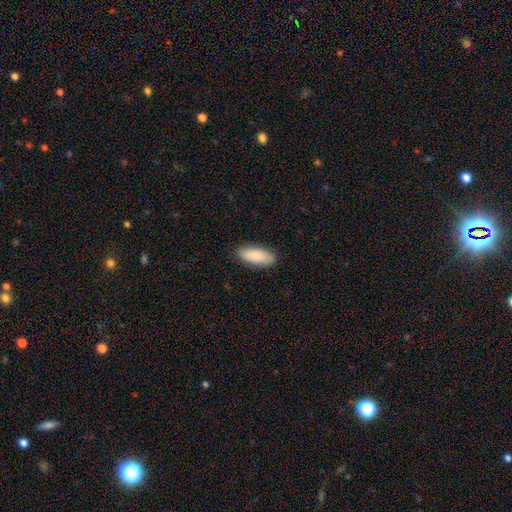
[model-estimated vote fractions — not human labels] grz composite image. It shows a smooth galaxy with no disk features (84%) that is in between round and cigar-shaped (80%). Merging: none (88%).